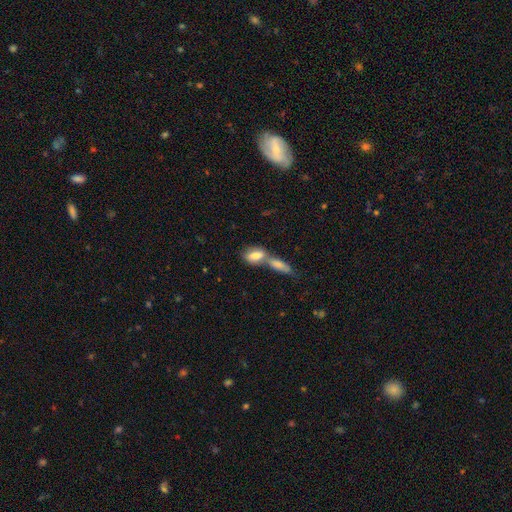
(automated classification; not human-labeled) Morphology: type=smooth (77%); roundness=in between (83%); merging=merger (62%).